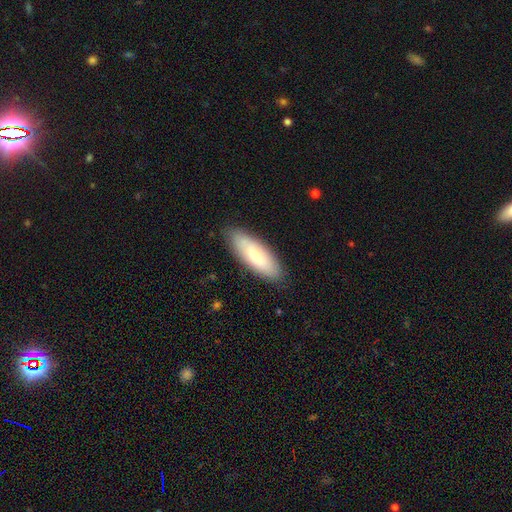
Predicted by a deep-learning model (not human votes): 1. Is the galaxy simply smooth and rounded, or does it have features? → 72% smooth, 22% featured or disk, 6% star or artifact.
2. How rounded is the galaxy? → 62% in between, 36% cigar-shaped, 2% round.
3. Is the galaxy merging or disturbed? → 86% none, 11% minor disturbance, 2% major disturbance, 1% merger.